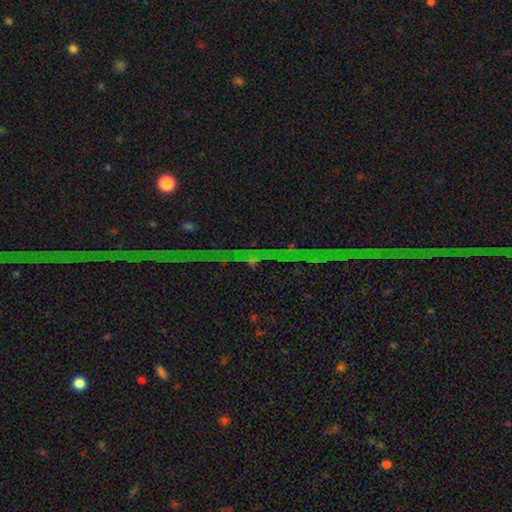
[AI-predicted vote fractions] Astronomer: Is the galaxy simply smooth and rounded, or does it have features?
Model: star or artifact — 79%.